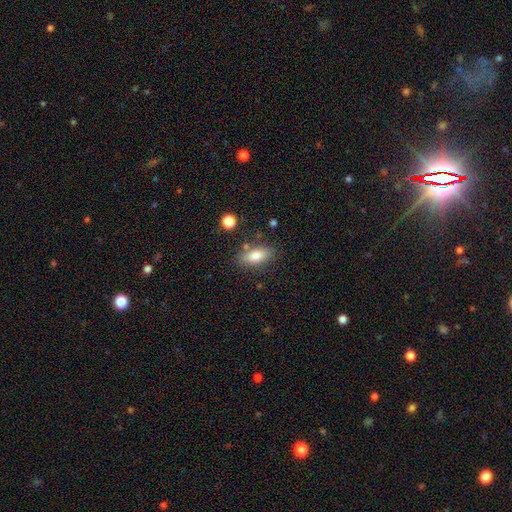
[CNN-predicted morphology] A smooth galaxy with no disk features (79%) that is in between round and cigar-shaped (83%). Merging: none (77%).